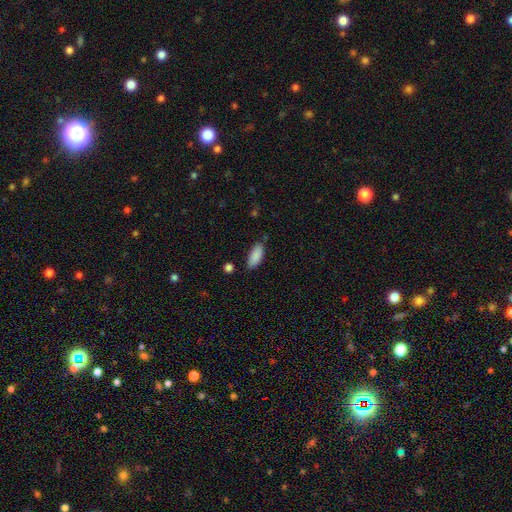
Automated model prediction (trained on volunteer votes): Morphology: type=smooth (89%); roundness=in between (83%); merging=none (81%).